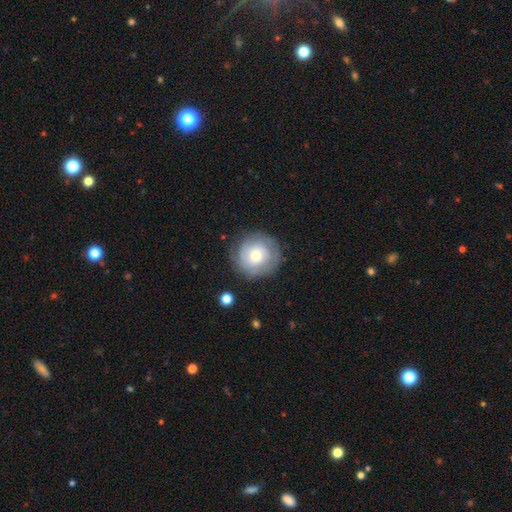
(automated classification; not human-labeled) Smooth or featured?
  - smooth: 52% *
  - featured or disk: 40%
  - star or artifact: 8%
How rounded?
  - round: 94% *
  - in between: 5%
  - cigar-shaped: 1%
Merging?
  - none: 79% *
  - minor disturbance: 14%
  - major disturbance: 6%
  - merger: 2%